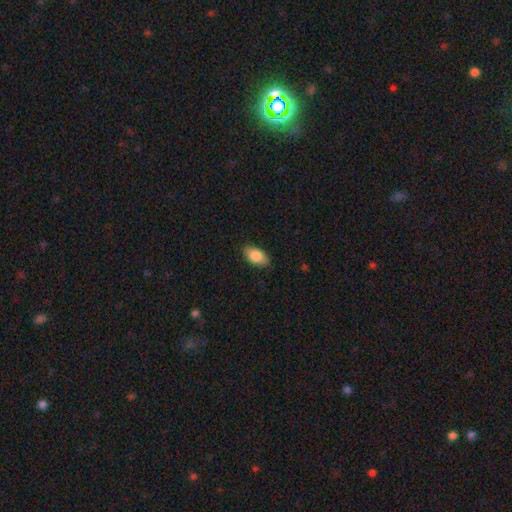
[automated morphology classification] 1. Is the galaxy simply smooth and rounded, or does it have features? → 86% smooth, 7% featured or disk, 6% star or artifact.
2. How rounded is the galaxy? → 93% in between, 4% round, 3% cigar-shaped.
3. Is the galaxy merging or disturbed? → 85% none, 11% minor disturbance, 2% major disturbance, 1% merger.